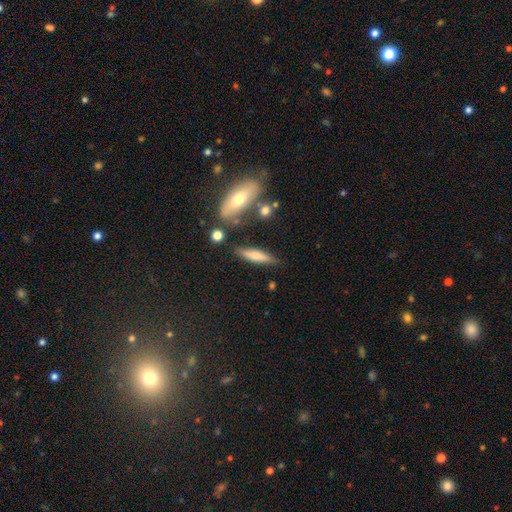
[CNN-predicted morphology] Smooth or featured? Predicted: smooth (p=0.59). How rounded? Predicted: cigar-shaped (p=0.75). Merging? Predicted: none (p=0.77).